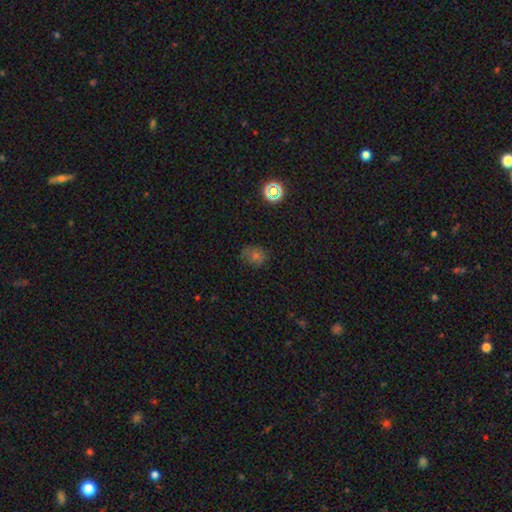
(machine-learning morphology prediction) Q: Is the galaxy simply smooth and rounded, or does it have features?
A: smooth — 59%.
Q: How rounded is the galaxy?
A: round — 74%.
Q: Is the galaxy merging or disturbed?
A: none — 74%.